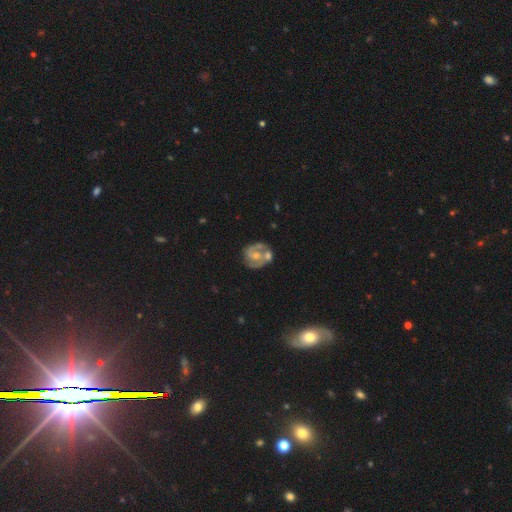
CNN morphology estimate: Smooth or featured? Predicted: featured or disk (p=0.79). Edge-on disk? Predicted: no (p=0.98). Bar? Predicted: no (p=0.60). Spiral arms? Predicted: yes (p=0.87). Spiral winding? Predicted: medium (p=0.45). Spiral arm count? Predicted: 2 (p=0.73). Bulge size? Predicted: moderate (p=0.55). Merging? Predicted: none (p=0.50).